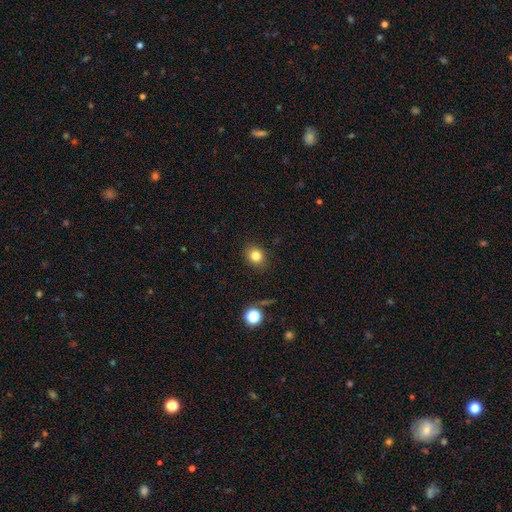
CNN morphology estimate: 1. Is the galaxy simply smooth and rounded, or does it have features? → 80% smooth, 13% star or artifact, 7% featured or disk.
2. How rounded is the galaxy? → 64% round, 35% in between, 1% cigar-shaped.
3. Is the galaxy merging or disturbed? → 88% none, 9% minor disturbance, 2% major disturbance, 1% merger.